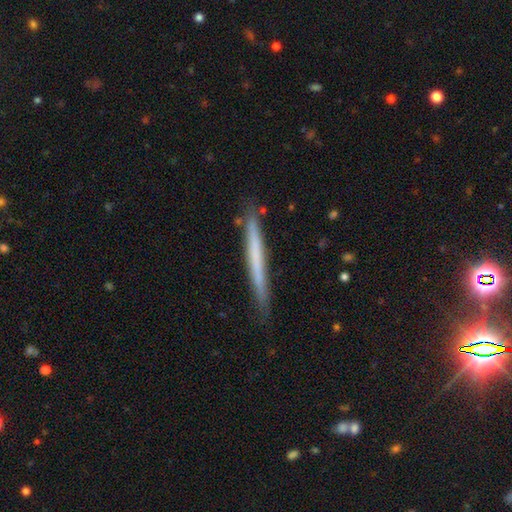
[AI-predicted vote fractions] smooth 52%, featured or disk 42%, star or artifact 6%. Down the decision tree: how rounded — cigar-shaped (97%); merging — none (85%).